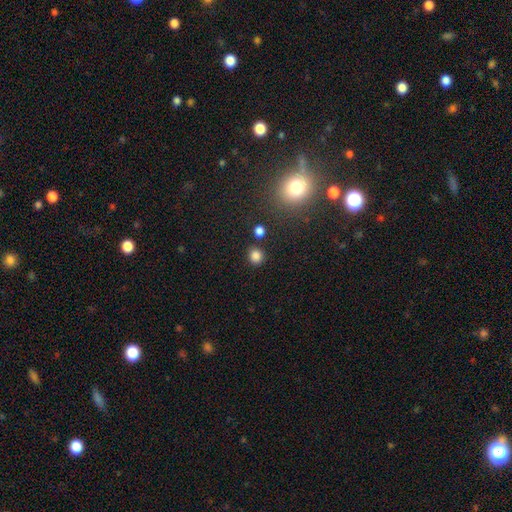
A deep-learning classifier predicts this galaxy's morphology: smooth 82%, star or artifact 13%, featured or disk 4%. Down the decision tree: how rounded — round (79%); merging — none (82%).